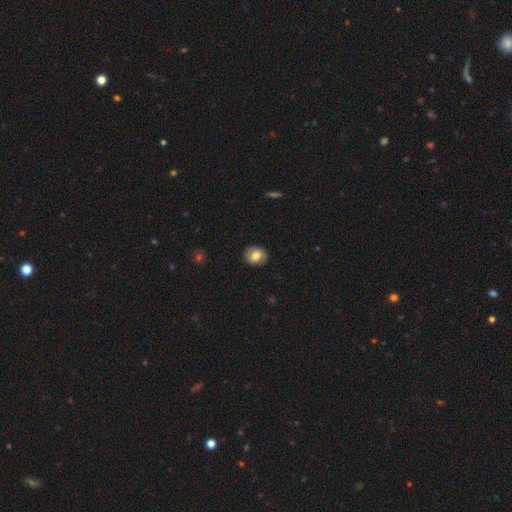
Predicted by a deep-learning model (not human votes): Smooth or featured? Predicted: smooth (p=0.72). How rounded? Predicted: round (p=0.54). Merging? Predicted: none (p=0.87).